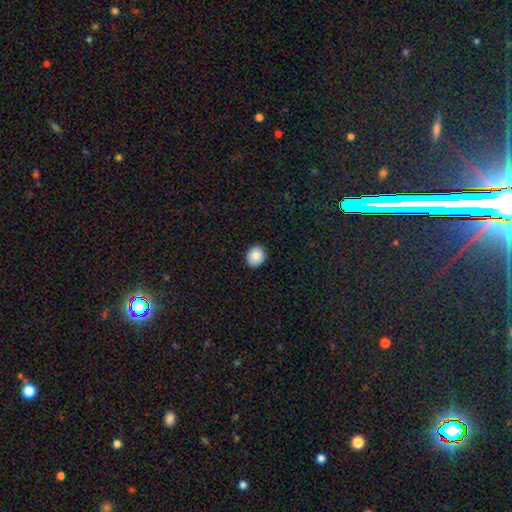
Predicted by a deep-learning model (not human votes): smooth 87%, star or artifact 8%, featured or disk 5%. Down the decision tree: how rounded — round (71%); merging — none (90%).